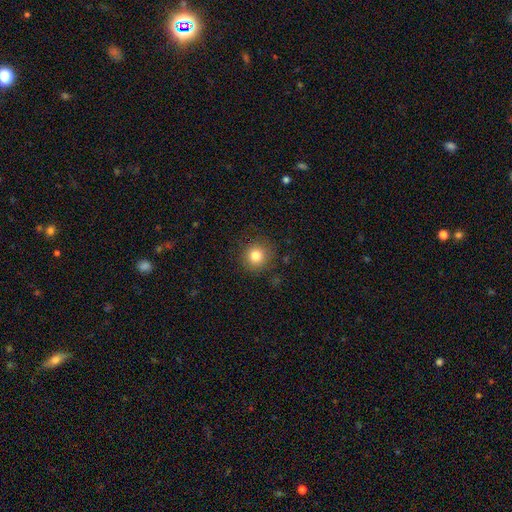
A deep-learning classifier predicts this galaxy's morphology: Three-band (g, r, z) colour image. It shows a smooth galaxy with no disk features (82%) that is round (93%). Merging: none (86%).